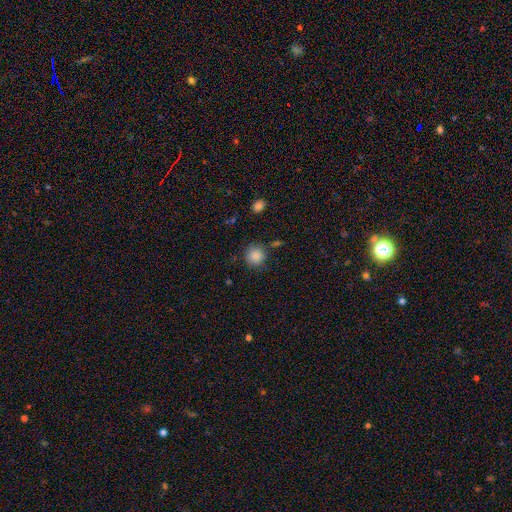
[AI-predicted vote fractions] This is clearly a smooth galaxy (86%). How rounded: clearly round (92%). Merging: clearly none (82%).